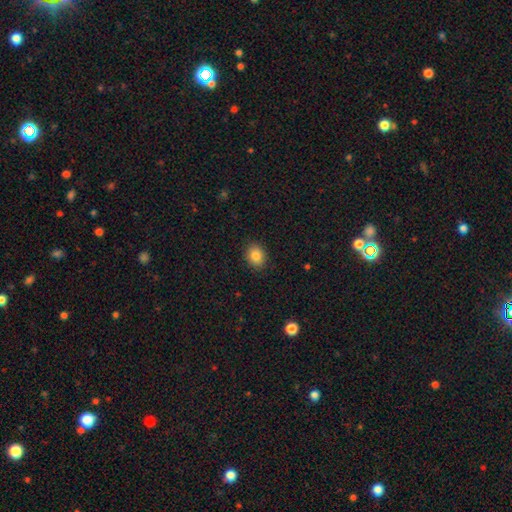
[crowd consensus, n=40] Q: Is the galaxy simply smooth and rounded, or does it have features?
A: smooth — 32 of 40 (80%).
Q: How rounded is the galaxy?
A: round — 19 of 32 (59%).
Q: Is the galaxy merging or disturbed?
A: none — 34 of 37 (92%).